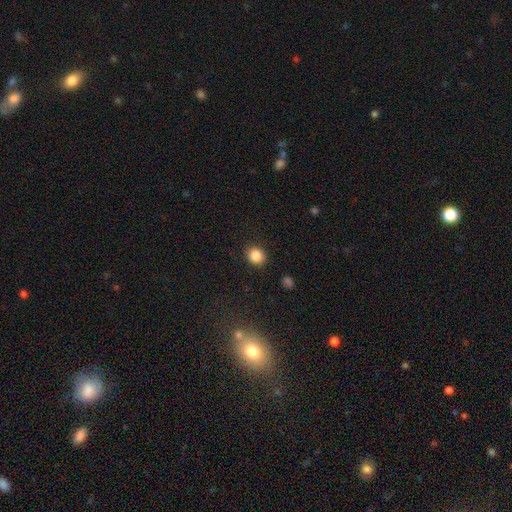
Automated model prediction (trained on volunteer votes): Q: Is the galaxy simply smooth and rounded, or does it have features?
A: smooth — 86%.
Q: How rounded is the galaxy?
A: round — 75%.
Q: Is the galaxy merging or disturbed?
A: none — 88%.